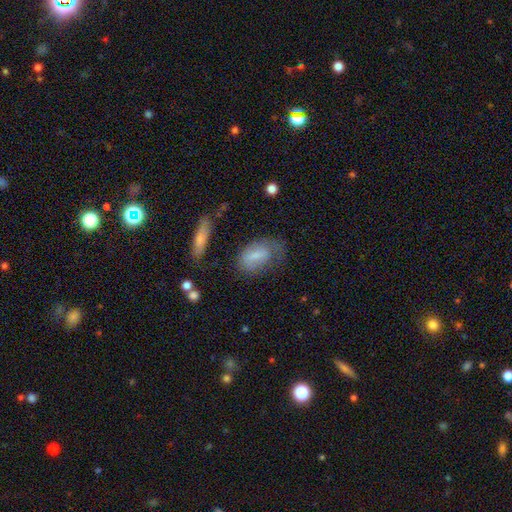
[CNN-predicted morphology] Smooth or featured? Predicted: smooth (p=0.67). How rounded? Predicted: in between (p=0.86). Merging? Predicted: none (p=0.43).